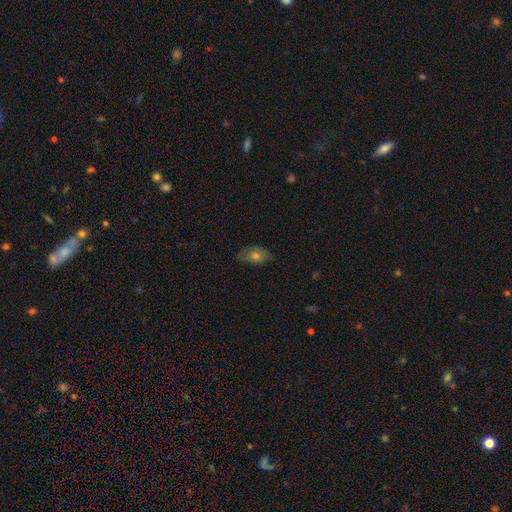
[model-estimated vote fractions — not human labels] This appears to be a smooth galaxy with no disk features (58%) that is in between round and cigar-shaped (83%). Merging: none (73%).